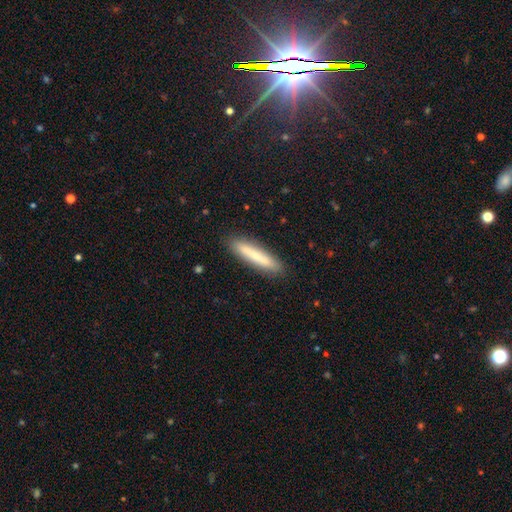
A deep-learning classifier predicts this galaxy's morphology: This is likely a smooth galaxy (69%). How rounded: clearly cigar-shaped (89%). Merging: clearly none (89%).